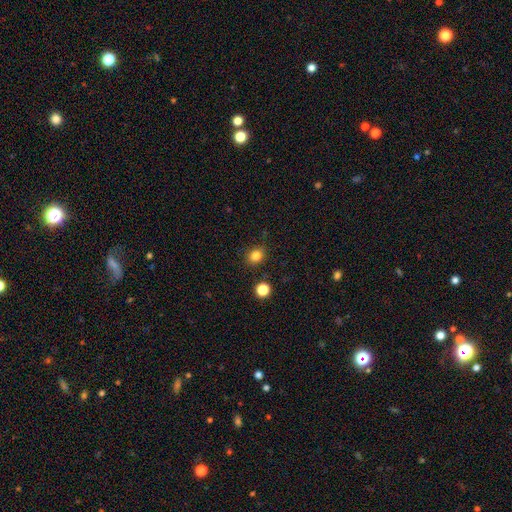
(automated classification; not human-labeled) Smooth or featured: smooth — 83% (star or artifact — 12%)
How rounded: round — 64% (in between — 35%)
Merging: none — 84% (minor disturbance — 11%)